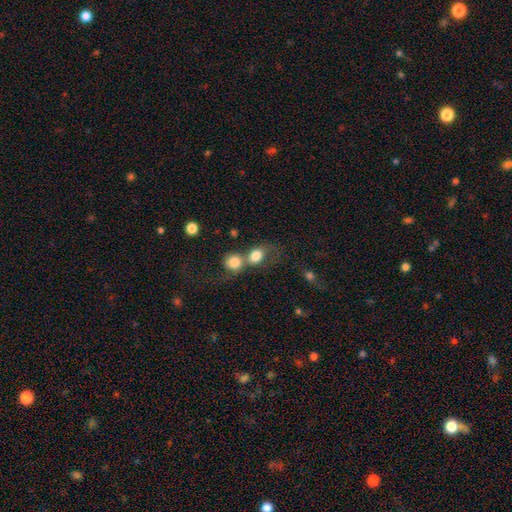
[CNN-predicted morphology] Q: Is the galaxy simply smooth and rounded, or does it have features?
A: smooth — 79%.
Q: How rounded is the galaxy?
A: round — 60%.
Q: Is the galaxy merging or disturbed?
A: merger — 65%.